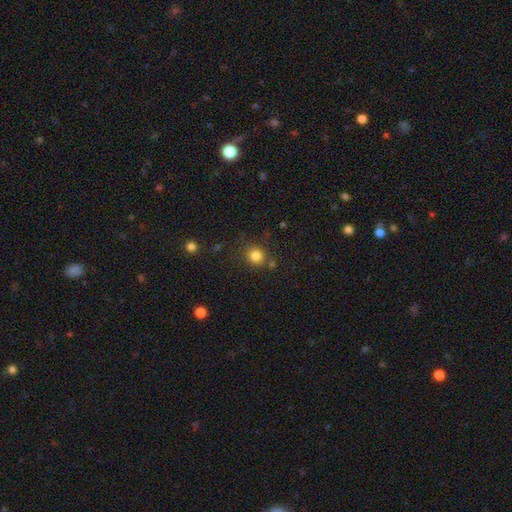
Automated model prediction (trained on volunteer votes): This is clearly a smooth galaxy (82%). How rounded: clearly round (89%). Merging: clearly none (80%).